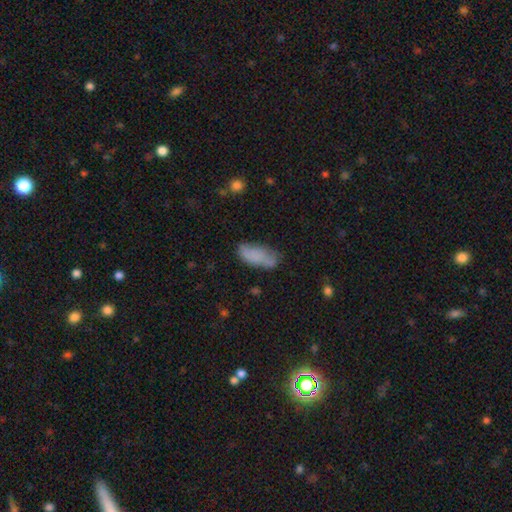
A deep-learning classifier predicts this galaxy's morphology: This appears to be a smooth galaxy with no disk features (74%) that is in between round and cigar-shaped (82%). Merging: none (51%).